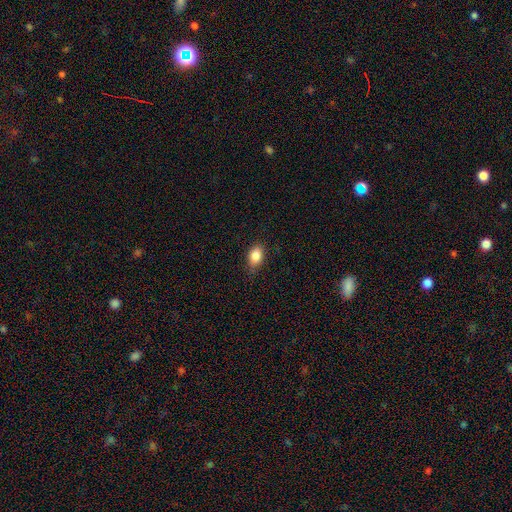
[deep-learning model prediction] The model was most divided on "merging": none: 77%, minor disturbance: 18%, major disturbance: 3%, merger: 1%. More confident: smooth or featured — smooth (85%); how rounded — in between (81%).